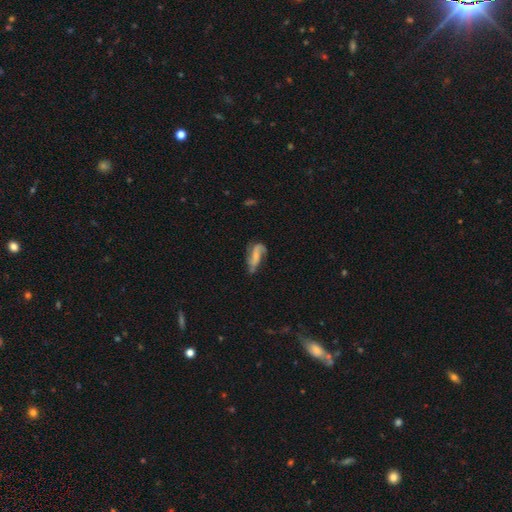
Smooth or featured? featured or disk (66%)
Edge-on disk? no (88%)
Bar? weak (36%, tied with no)
Spiral arms? yes (86%)
Spiral winding? loose (68%)
Spiral arm count? 2 (74%)
Bulge size? small (55%)
Merging? none (39%)